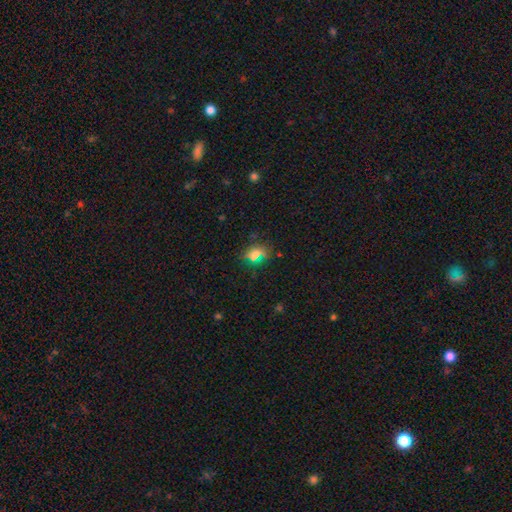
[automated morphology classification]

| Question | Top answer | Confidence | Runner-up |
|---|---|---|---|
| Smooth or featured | smooth | 64% | star or artifact (27%) |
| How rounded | in between | 49% | round (47%) |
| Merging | none | 77% | minor disturbance (14%) |